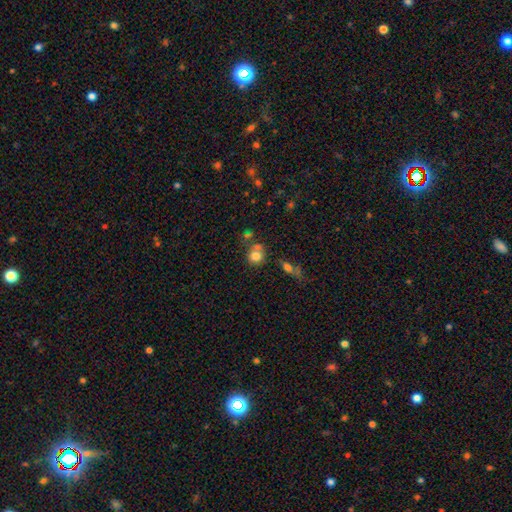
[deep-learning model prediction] Morphology: type=smooth (77%); roundness=round (80%); merging=none (53%).